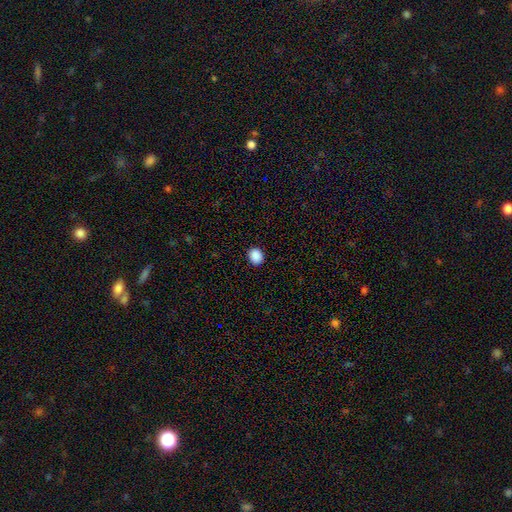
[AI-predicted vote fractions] A smooth galaxy with no disk features (89%) that is round (59%).

Vote fractions:
- Smooth or featured? smooth: 89% / star or artifact: 9% / featured or disk: 2%
- How rounded? round: 59% / in between: 41% / cigar-shaped: 1%
- Merging? none: 91% / minor disturbance: 6% / major disturbance: 2% / merger: 1%